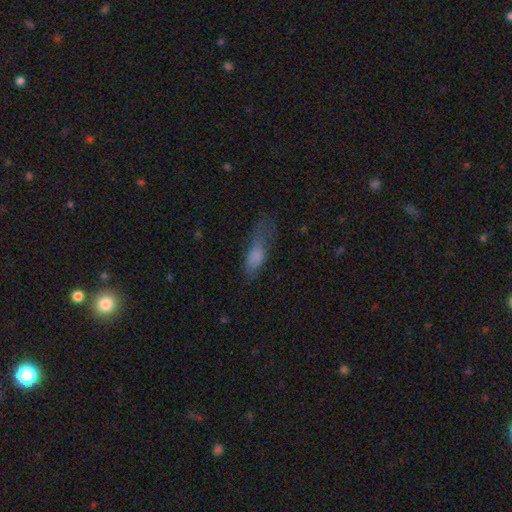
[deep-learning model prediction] This is likely a smooth galaxy (71%). How rounded: possibly in between (58%). Merging: marginally major disturbance (33%, tied with none).